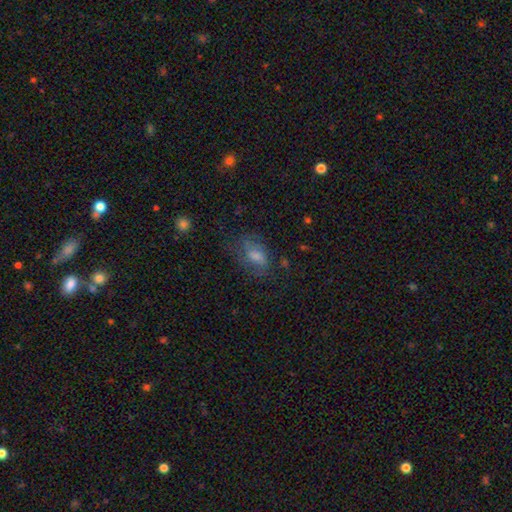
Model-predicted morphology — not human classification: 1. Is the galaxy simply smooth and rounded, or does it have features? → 50% smooth, 34% featured or disk, 16% star or artifact.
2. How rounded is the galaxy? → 83% in between, 11% round, 6% cigar-shaped.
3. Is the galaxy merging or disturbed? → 55% none, 24% minor disturbance, 19% major disturbance, 2% merger.